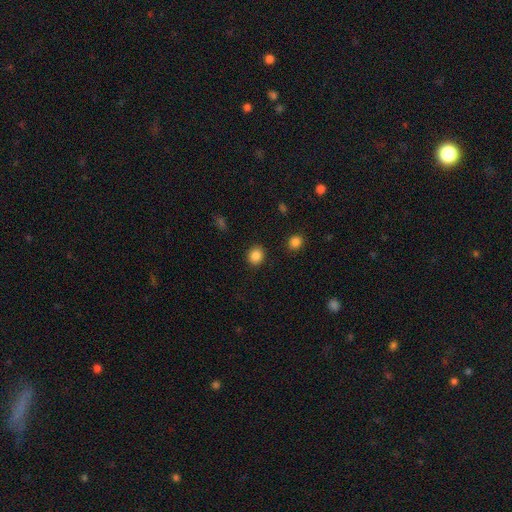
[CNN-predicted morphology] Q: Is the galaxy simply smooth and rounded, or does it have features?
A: smooth — 86%.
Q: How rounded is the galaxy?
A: round — 78%.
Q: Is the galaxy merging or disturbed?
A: none — 90%.